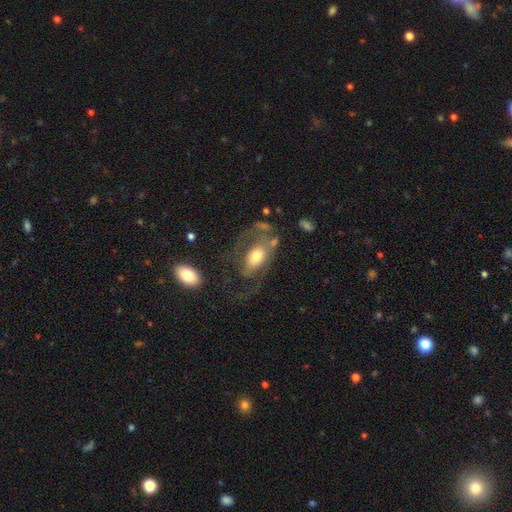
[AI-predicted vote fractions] Morphology: type=featured or disk (58%); edge-on=no (92%); bar=no (69%); spiral arms=yes (62%); bulge=moderate (59%); merging=major disturbance (42%).